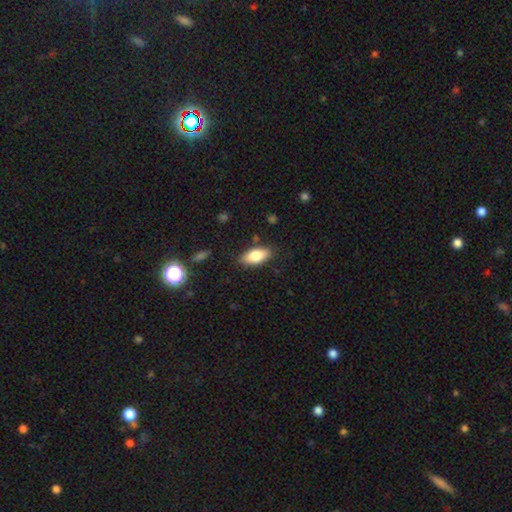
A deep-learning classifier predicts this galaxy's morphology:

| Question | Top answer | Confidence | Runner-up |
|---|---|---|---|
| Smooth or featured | smooth | 78% | featured or disk (15%) |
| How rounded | in between | 87% | cigar-shaped (9%) |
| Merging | none | 83% | minor disturbance (12%) |